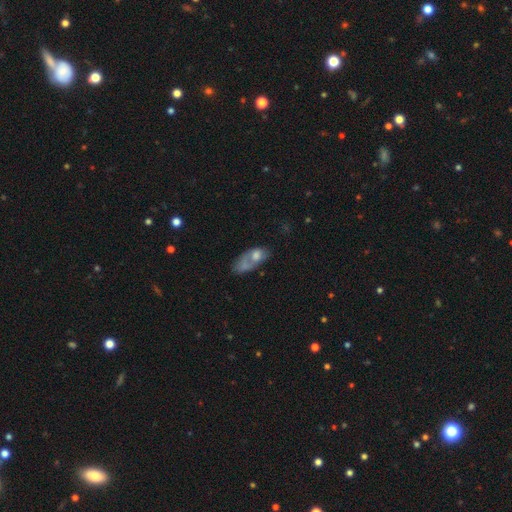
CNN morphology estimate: Smooth or featured? Predicted: smooth (p=0.55). How rounded? Predicted: in between (p=0.83). Merging? Predicted: merger (p=0.30).